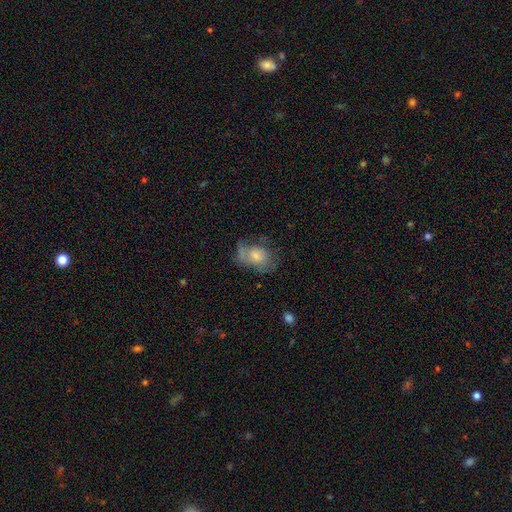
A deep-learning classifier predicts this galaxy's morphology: type=smooth (55%); roundness=in between (80%); merging=none (38%).